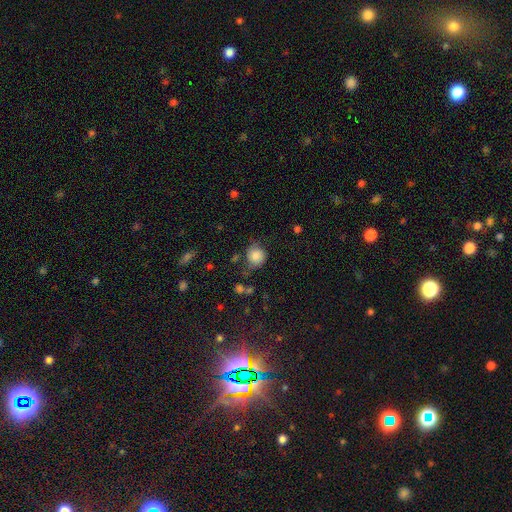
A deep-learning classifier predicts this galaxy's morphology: Smooth or featured? Predicted: smooth (p=0.81). How rounded? Predicted: round (p=0.82). Merging? Predicted: none (p=0.63).